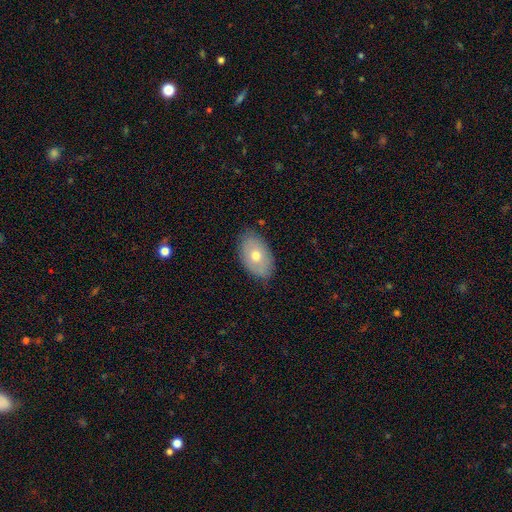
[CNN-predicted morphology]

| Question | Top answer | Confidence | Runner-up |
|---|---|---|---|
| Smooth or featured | smooth | 63% | featured or disk (30%) |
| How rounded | in between | 91% | round (8%) |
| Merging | none | 81% | minor disturbance (15%) |